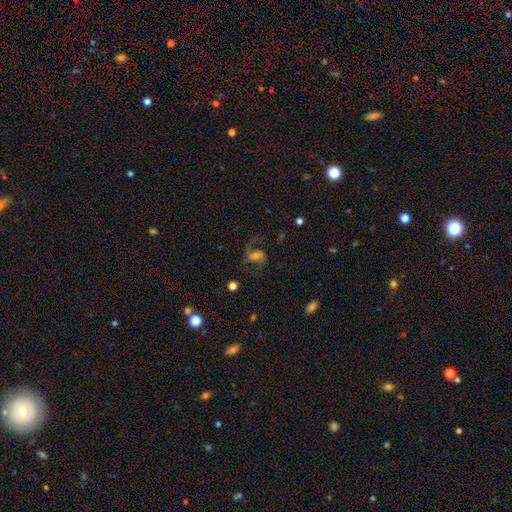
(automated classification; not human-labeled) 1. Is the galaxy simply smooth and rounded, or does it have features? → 61% featured or disk, 24% smooth, 15% star or artifact.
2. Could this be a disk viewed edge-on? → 96% no, 4% yes.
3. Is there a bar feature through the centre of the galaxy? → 45% weak, 31% no, 24% strong.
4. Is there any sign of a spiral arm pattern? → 89% yes, 11% no.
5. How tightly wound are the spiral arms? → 46% loose, 44% medium, 9% tight.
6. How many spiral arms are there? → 83% 2, 8% 1, 5% can't tell, 2% 3, 1% 4, 1% more than 4.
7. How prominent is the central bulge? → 36% moderate, 29% small, 17% large, 15% none, 3% dominant.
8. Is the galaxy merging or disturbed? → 60% none, 22% major disturbance, 16% minor disturbance, 2% merger.